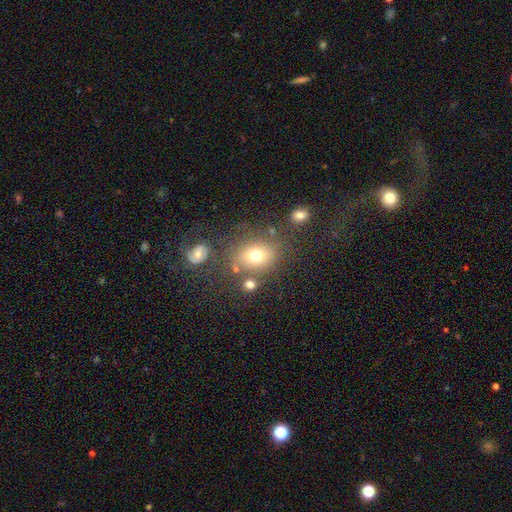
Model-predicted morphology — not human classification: Overall: smooth (72%). How rounded: round (51%; in between 48%). Merging: none (71%).